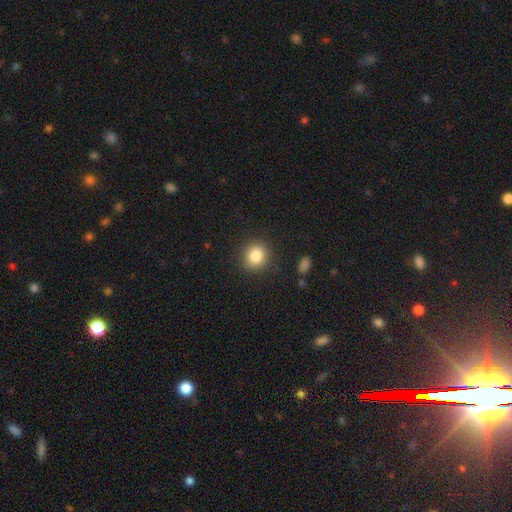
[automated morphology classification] Smooth or featured? Predicted: smooth (p=0.84). How rounded? Predicted: round (p=0.86). Merging? Predicted: none (p=0.88).